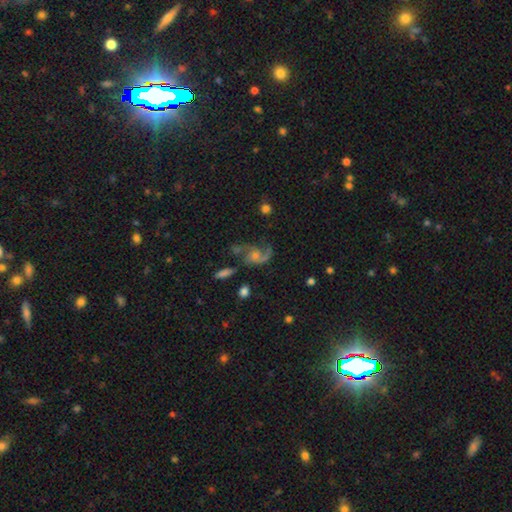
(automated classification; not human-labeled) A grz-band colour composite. It shows a featured or disk galaxy (76%) with no bar (67%), 2 (73%) loose (45%) spiral arms (94%) and a small central bulge (47%). Merging: none (53%).